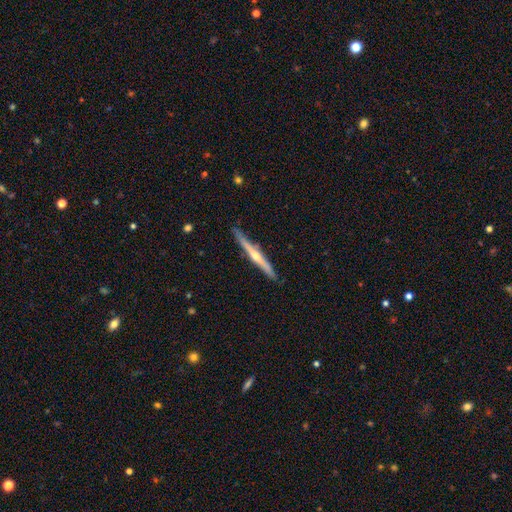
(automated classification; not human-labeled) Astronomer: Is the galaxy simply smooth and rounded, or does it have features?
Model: featured or disk — 73%.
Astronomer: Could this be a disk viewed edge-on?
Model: yes — 98%.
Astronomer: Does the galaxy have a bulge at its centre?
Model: rounded — 82%.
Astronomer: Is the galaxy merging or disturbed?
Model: none — 87%.